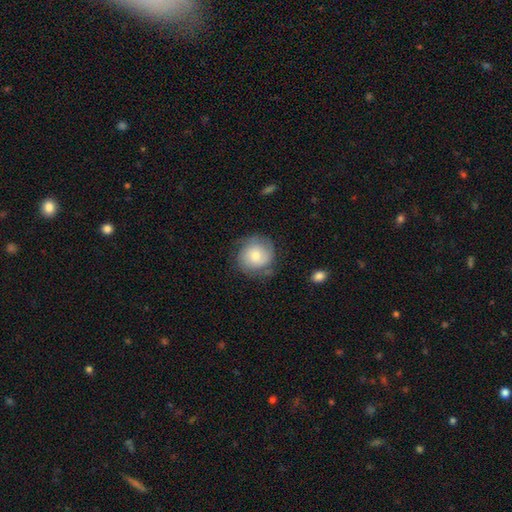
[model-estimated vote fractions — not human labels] Smooth or featured? smooth (55%)
How rounded? round (88%)
Merging? none (68%)